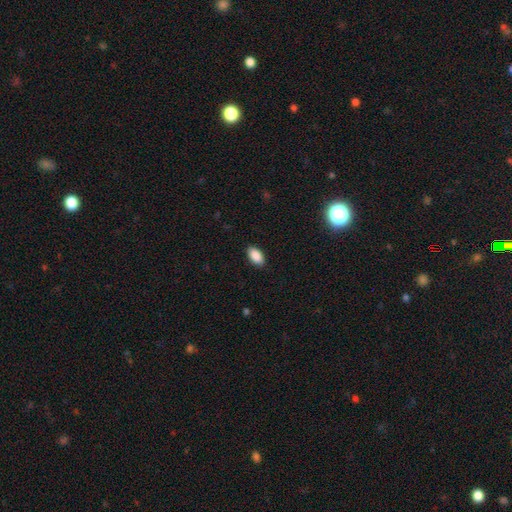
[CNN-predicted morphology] Smooth or featured?
  - smooth: 89% *
  - star or artifact: 7%
  - featured or disk: 4%
How rounded?
  - in between: 94% *
  - round: 3%
  - cigar-shaped: 3%
Merging?
  - none: 89% *
  - minor disturbance: 8%
  - major disturbance: 2%
  - merger: 1%